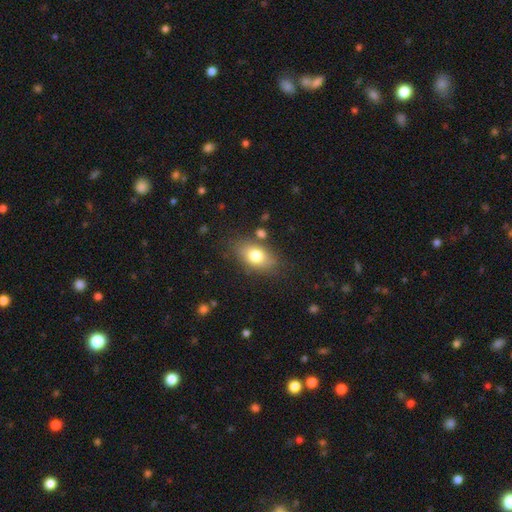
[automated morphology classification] Smooth or featured?
  - smooth: 76% *
  - featured or disk: 15%
  - star or artifact: 9%
How rounded?
  - in between: 84% *
  - round: 13%
  - cigar-shaped: 3%
Merging?
  - none: 77% *
  - minor disturbance: 14%
  - merger: 4%
  - major disturbance: 4%